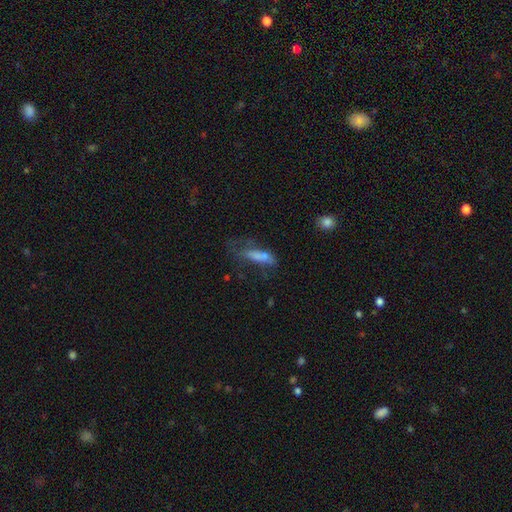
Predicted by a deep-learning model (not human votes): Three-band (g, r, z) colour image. It shows a smooth galaxy with no disk features (53%) that is cigar-shaped (58%). Merging: none (37%).